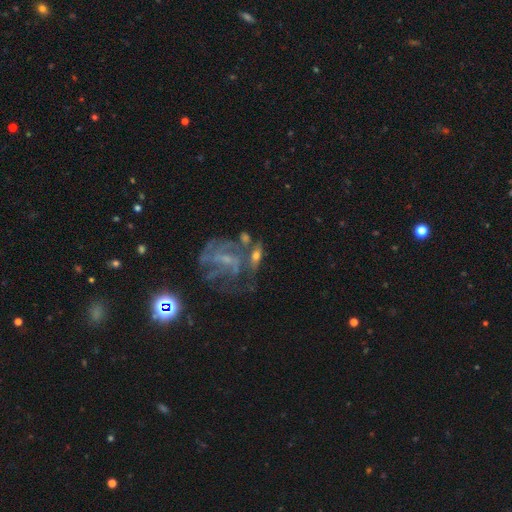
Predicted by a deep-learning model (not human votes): Smooth or featured?
  - featured or disk: 60% *
  - smooth: 26%
  - star or artifact: 13%
Edge-on disk?
  - no: 90% *
  - yes: 10%
Bar?
  - no: 61% *
  - weak: 29%
  - strong: 10%
Spiral arms?
  - yes: 58% *
  - no: 42%
Bulge size?
  - small: 47% *
  - moderate: 31%
  - none: 15%
  - large: 5%
  - dominant: 2%
Merging?
  - none: 39% *
  - merger: 23%
  - major disturbance: 20%
  - minor disturbance: 18%